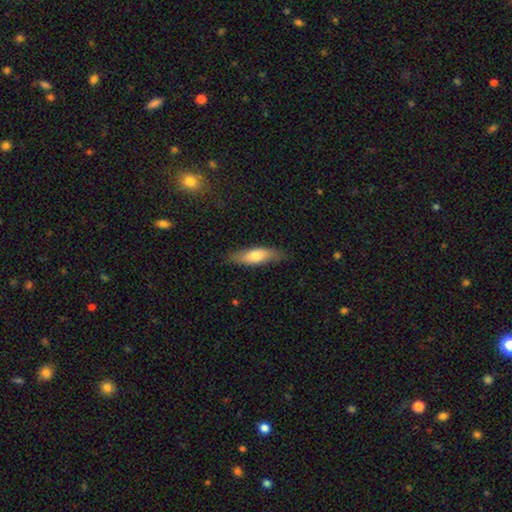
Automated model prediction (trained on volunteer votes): smooth 71%, featured or disk 23%, star or artifact 6%. Down the decision tree: how rounded — in between (50%); merging — none (81%).